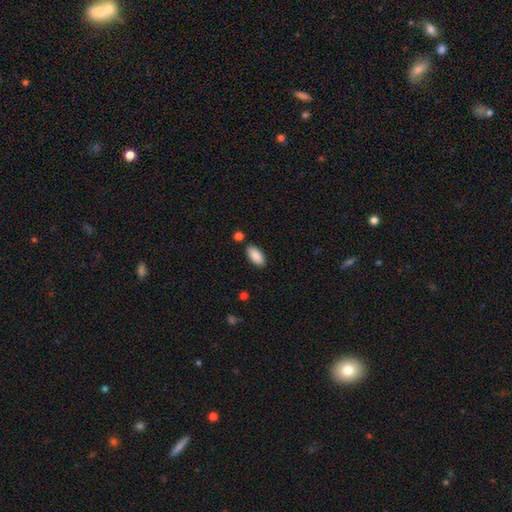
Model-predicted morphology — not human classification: This appears to be a smooth galaxy with no disk features (89%) that is in between round and cigar-shaped (91%). Merging: none (84%).